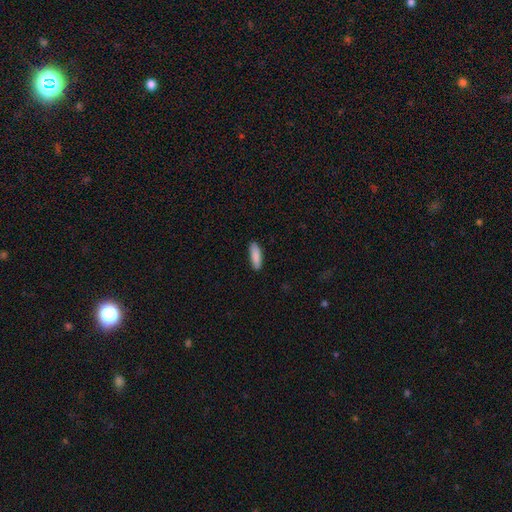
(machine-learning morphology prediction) This is clearly a smooth galaxy (89%). How rounded: possibly cigar-shaped (53%). Merging: clearly none (88%).